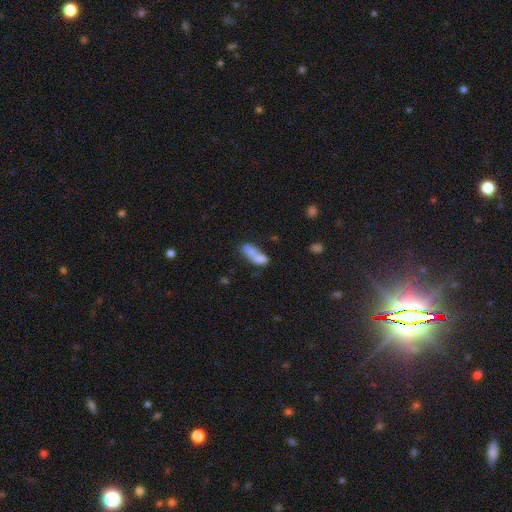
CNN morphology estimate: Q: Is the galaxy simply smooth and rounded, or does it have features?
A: smooth — 65%.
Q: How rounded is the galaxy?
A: in between — 73%.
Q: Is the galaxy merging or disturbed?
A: merger — 57%.